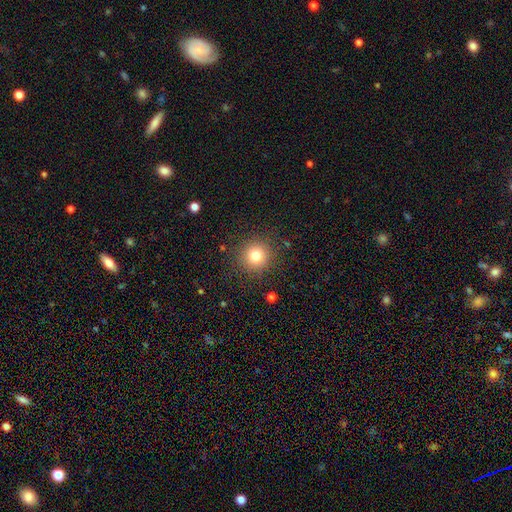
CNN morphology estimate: The model was most divided on "smooth or featured": smooth: 79%, star or artifact: 13%, featured or disk: 8%. More confident: how rounded — round (93%); merging — none (88%).